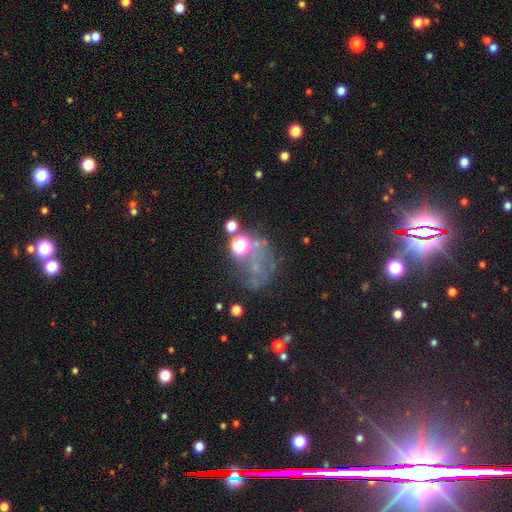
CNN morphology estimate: A star or artifact, not a galaxy (46%).